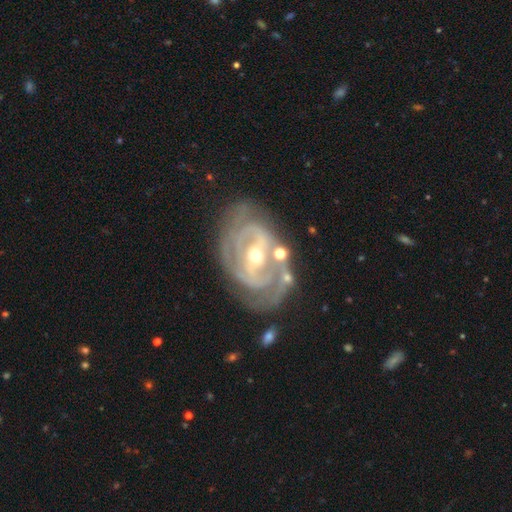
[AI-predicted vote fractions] Smooth or featured? featured or disk (88%)
Edge-on disk? no (96%)
Bar? strong (45%)
Spiral arms? yes (88%)
Spiral winding? tight (62%)
Spiral arm count? 2 (55%)
Bulge size? small (49%)
Merging? none (65%)